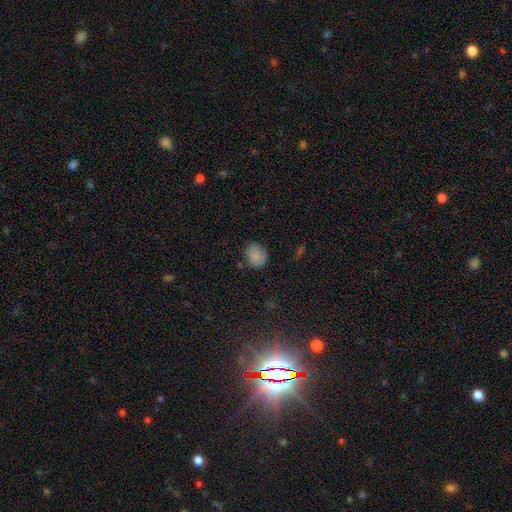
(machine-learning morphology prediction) type=smooth (83%); roundness=round (67%); merging=none (78%).